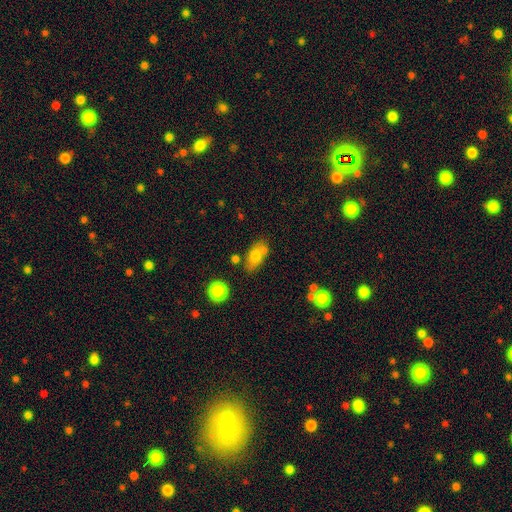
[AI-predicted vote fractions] smooth-or-featured: smooth: 73% | featured or disk: 19% | star or artifact: 8%
  how-rounded: in between: 86% | round: 7% | cigar-shaped: 6%
  merging: none: 63% | minor disturbance: 20% | merger: 11% | major disturbance: 6%